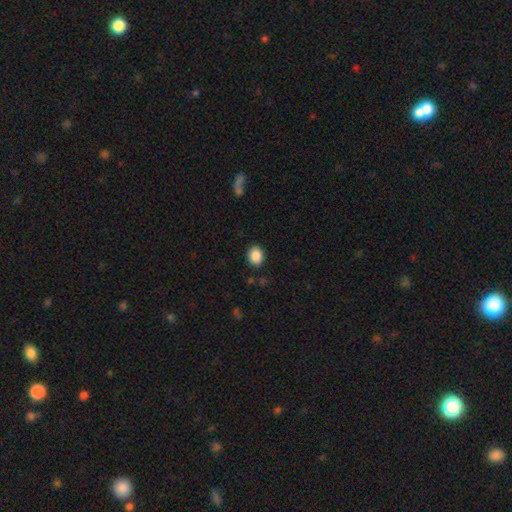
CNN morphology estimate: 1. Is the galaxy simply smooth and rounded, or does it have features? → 88% smooth, 8% star or artifact, 3% featured or disk.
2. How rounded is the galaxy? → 50% round, 49% in between, 1% cigar-shaped.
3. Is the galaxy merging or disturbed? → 87% none, 9% minor disturbance, 3% major disturbance, 2% merger.